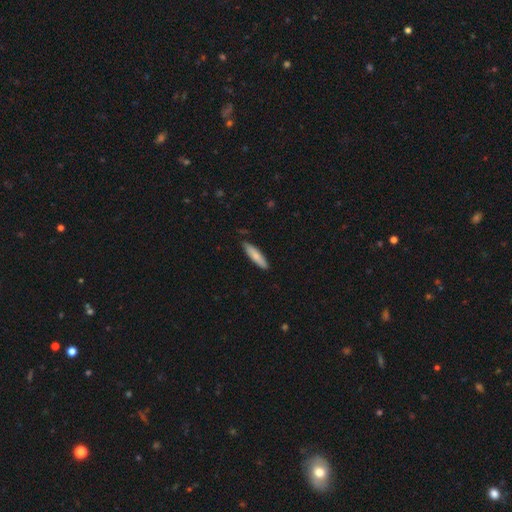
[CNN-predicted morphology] Smooth or featured? smooth (79%)
How rounded? cigar-shaped (77%)
Merging? none (84%)